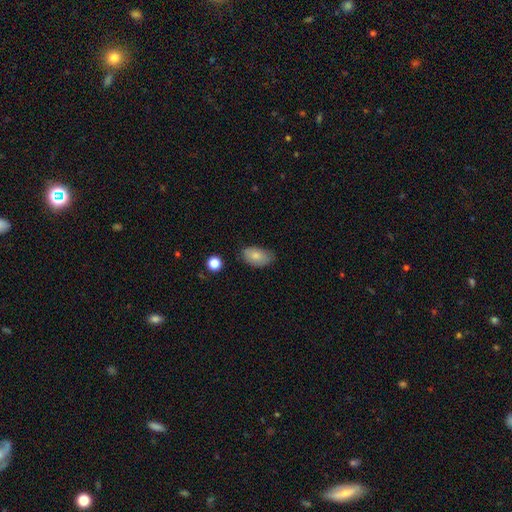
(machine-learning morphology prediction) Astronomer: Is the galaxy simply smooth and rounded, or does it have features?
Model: smooth — 80%.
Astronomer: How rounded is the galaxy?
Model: in between — 92%.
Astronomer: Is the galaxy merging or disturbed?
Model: none — 68%.